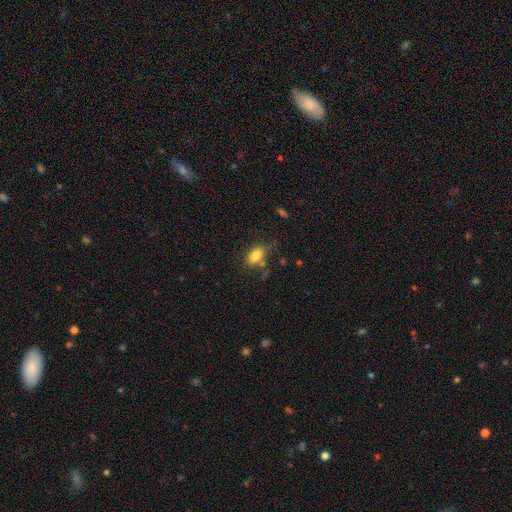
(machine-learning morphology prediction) smooth 82%, featured or disk 10%, star or artifact 9%. Down the decision tree: how rounded — in between (88%); merging — none (64%).